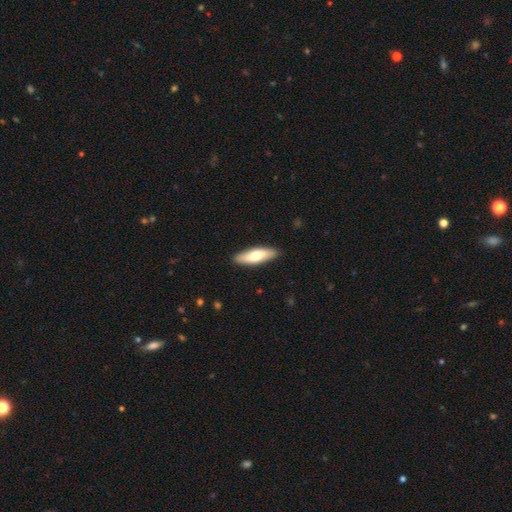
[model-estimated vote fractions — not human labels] This is likely a smooth galaxy (69%). How rounded: possibly in between (50%). Merging: clearly none (89%).